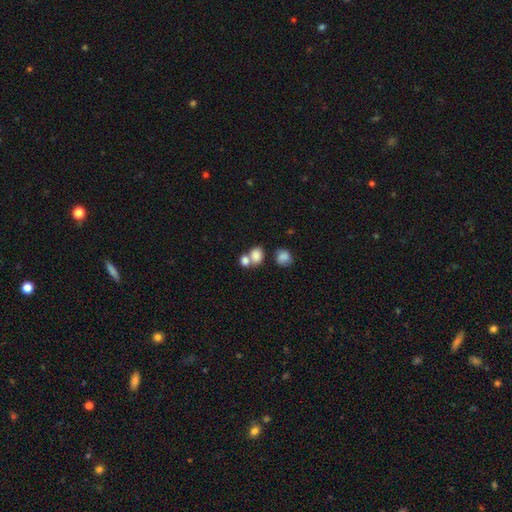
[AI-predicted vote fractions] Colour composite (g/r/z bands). It shows a smooth galaxy with no disk features (81%) that is round (53%). Merging: merger (55%).